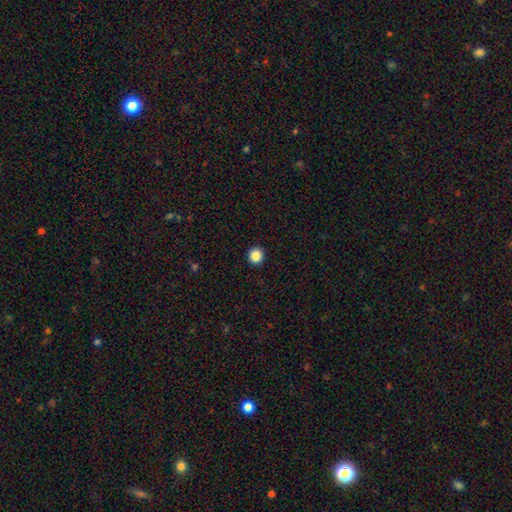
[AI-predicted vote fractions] smooth 87%, star or artifact 10%, featured or disk 3%. Down the decision tree: how rounded — round (94%); merging — none (94%).